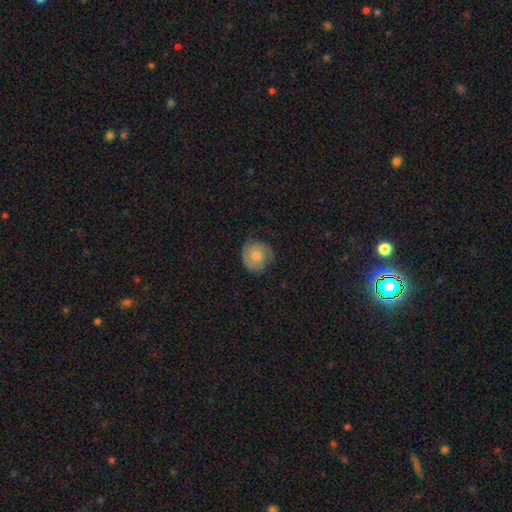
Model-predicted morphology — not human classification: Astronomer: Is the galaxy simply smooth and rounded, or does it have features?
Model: featured or disk — 50% (runner-up: smooth, 43%).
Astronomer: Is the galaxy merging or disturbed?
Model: none — 68%.